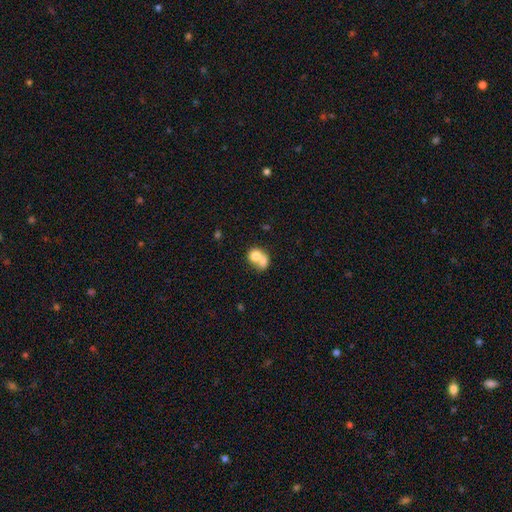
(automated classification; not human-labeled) smooth 71%, featured or disk 20%, star or artifact 9%. Down the decision tree: how rounded — round (58%); merging — merger (71%).